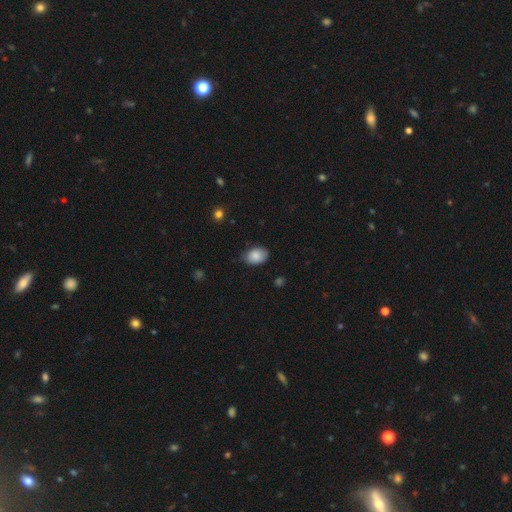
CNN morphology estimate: Smooth or featured? Predicted: smooth (p=0.87). How rounded? Predicted: in between (p=0.81). Merging? Predicted: none (p=0.73).